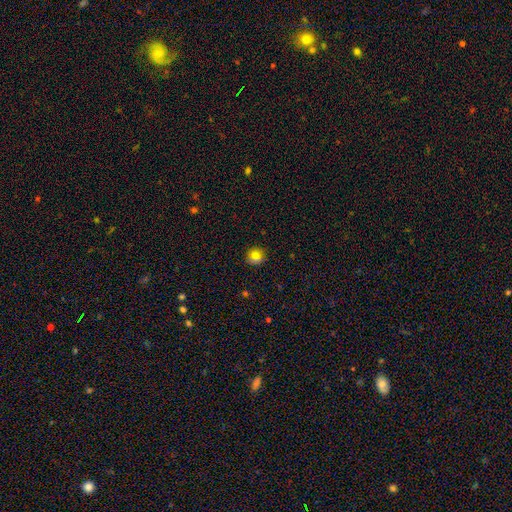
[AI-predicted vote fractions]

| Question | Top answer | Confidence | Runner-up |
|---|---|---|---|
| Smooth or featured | smooth | 76% | star or artifact (13%) |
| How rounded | round | 90% | in between (9%) |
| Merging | none | 79% | minor disturbance (12%) |